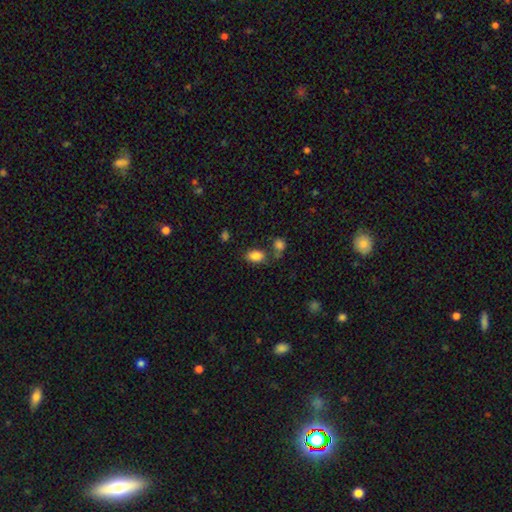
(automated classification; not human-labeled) Q: Smooth or featured?
A: smooth (84%); runner-up: star or artifact (10%)
Q: How rounded?
A: in between (86%); runner-up: round (12%)
Q: Merging?
A: none (65%); runner-up: merger (16%)